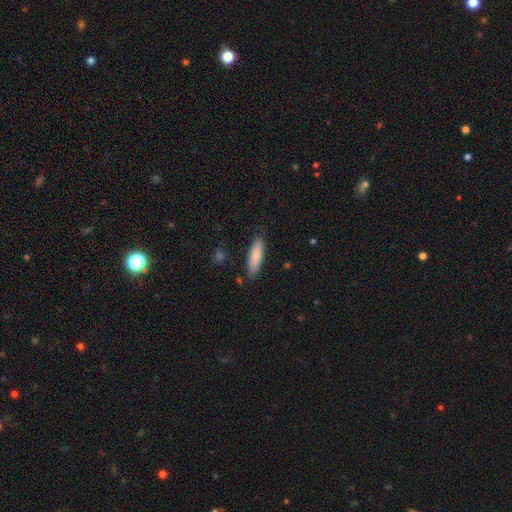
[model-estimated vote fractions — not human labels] Overall: smooth (81%). How rounded: cigar-shaped (61%; in between 38%). Merging: none (84%).